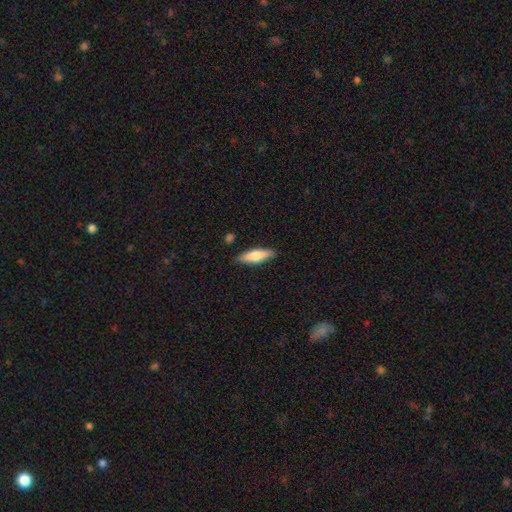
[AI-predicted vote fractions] smooth-or-featured: smooth: 67% | featured or disk: 27% | star or artifact: 6%
  how-rounded: cigar-shaped: 53% | in between: 45% | round: 2%
  merging: none: 87% | minor disturbance: 9% | major disturbance: 2% | merger: 2%